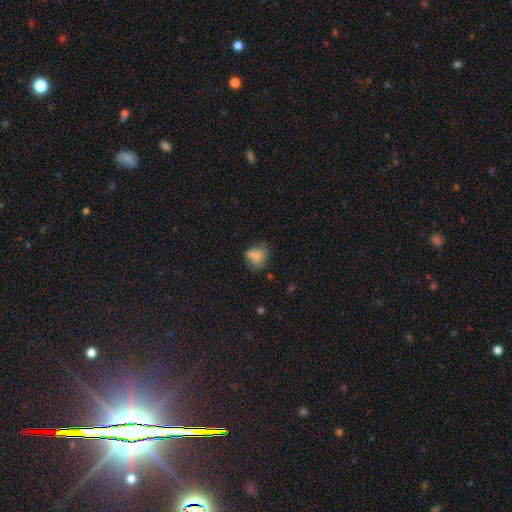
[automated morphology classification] Overall: smooth (72%). How rounded: in between (60%; round 37%). Merging: none (45%; minor disturbance 30%).